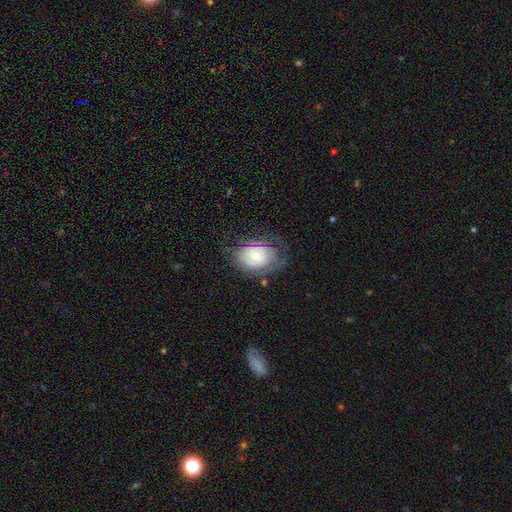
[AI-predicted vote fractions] A featured or disk galaxy (49%).

Vote fractions:
- Smooth or featured? featured or disk: 49% / smooth: 42% / star or artifact: 9%
- Merging? none: 56% / minor disturbance: 25% / major disturbance: 17% / merger: 2%